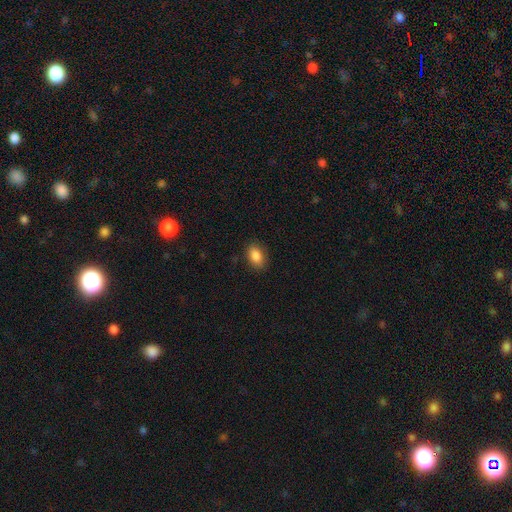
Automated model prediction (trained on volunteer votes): Smooth or featured?
  - smooth: 87% *
  - star or artifact: 8%
  - featured or disk: 5%
How rounded?
  - in between: 83% *
  - round: 15%
  - cigar-shaped: 2%
Merging?
  - none: 86% *
  - minor disturbance: 10%
  - major disturbance: 3%
  - merger: 1%